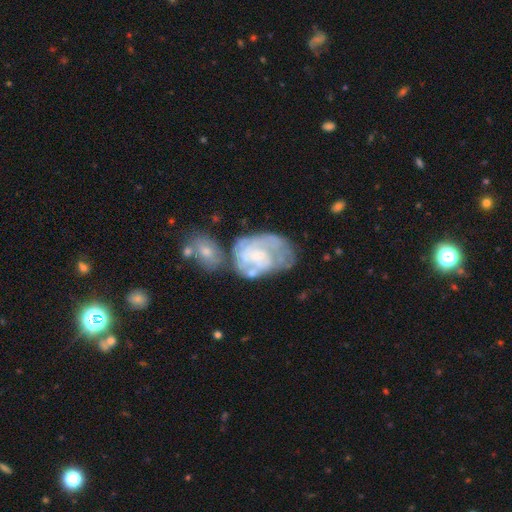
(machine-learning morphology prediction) This is likely a featured or disk galaxy (65%). It is clearly not viewed edge-on (97%). Bar: likely no (69%). Spiral arm pattern: likely yes (60%). Central bulge: marginally small (42%). Merging: marginally none (33%).